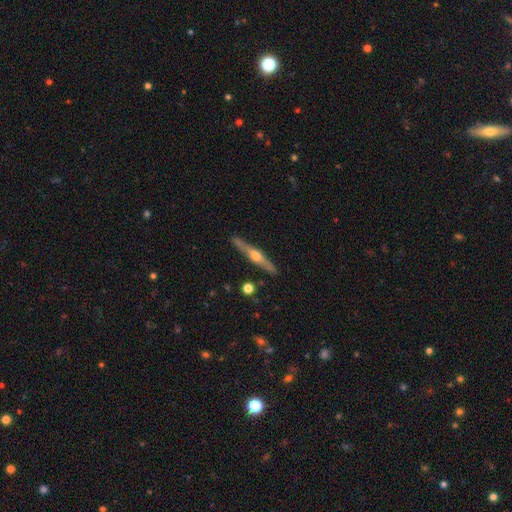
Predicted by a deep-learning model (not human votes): smooth_or_featured: featured or disk (p=0.74) [alt: smooth p=0.20]
disk_edge_on: yes (p=0.97) [alt: no p=0.03]
edge_on_bulge: rounded (p=0.92) [alt: none p=0.04]
merging: none (p=0.89) [alt: minor disturbance p=0.08]